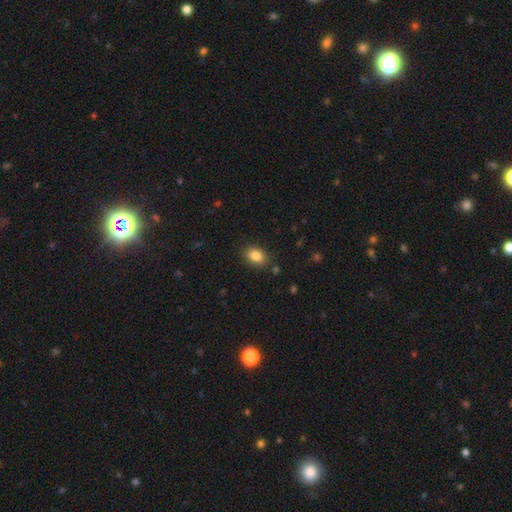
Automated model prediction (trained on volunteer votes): smooth_or_featured: smooth (p=0.85) [alt: star or artifact p=0.09]
how_rounded: in between (p=0.76) [alt: round p=0.22]
merging: none (p=0.85) [alt: minor disturbance p=0.10]